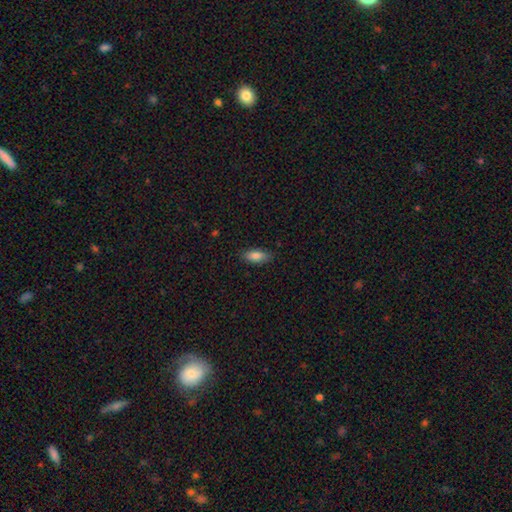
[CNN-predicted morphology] type=smooth (83%); roundness=in between (82%); merging=none (84%).